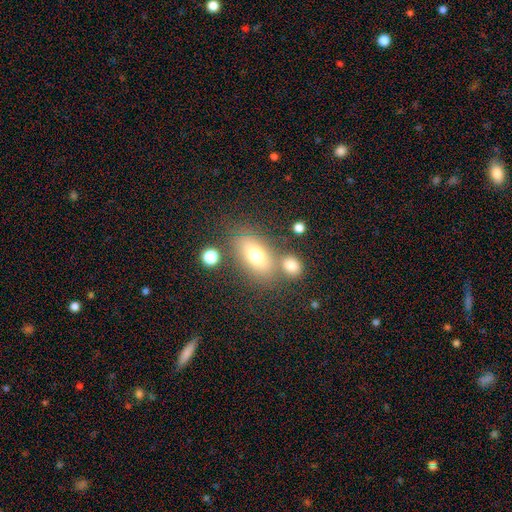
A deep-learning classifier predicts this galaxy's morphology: The model was most divided on "merging": none: 62%, merger: 20%, minor disturbance: 12%, major disturbance: 5%. More confident: how rounded — in between (83%); smooth or featured — smooth (70%).